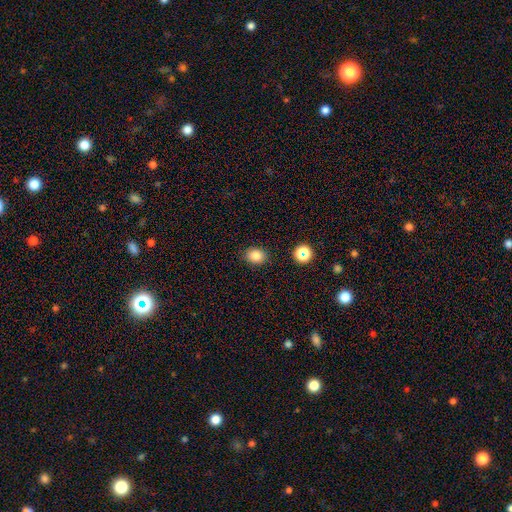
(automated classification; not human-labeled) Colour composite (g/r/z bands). It shows a smooth galaxy with no disk features (83%) that is in between round and cigar-shaped (51%). Merging: none (87%).